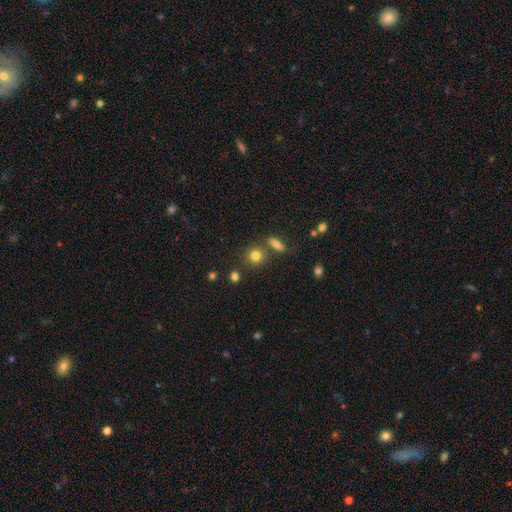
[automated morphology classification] Overall: smooth (80%). How rounded: round (84%). Merging: none (73%).